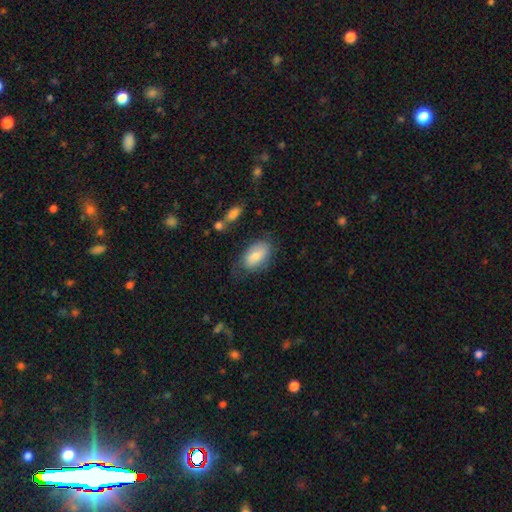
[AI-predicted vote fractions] Smooth or featured? Predicted: smooth (p=0.77). How rounded? Predicted: in between (p=0.93). Merging? Predicted: none (p=0.60).